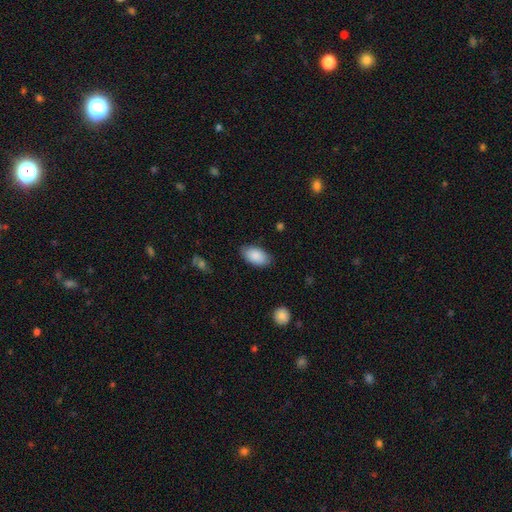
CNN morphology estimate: This is clearly a smooth galaxy (88%). How rounded: clearly in between (95%). Merging: clearly none (83%).